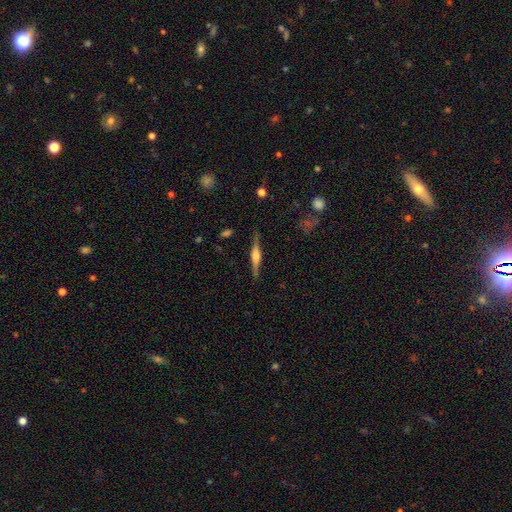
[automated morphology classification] Smooth or featured?
  - featured or disk: 73% *
  - smooth: 21%
  - star or artifact: 6%
Edge-on disk?
  - yes: 98% *
  - no: 2%
Edge-on bulge?
  - rounded: 63% *
  - boxy: 31%
  - none: 6%
Merging?
  - none: 87% *
  - minor disturbance: 9%
  - major disturbance: 2%
  - merger: 1%